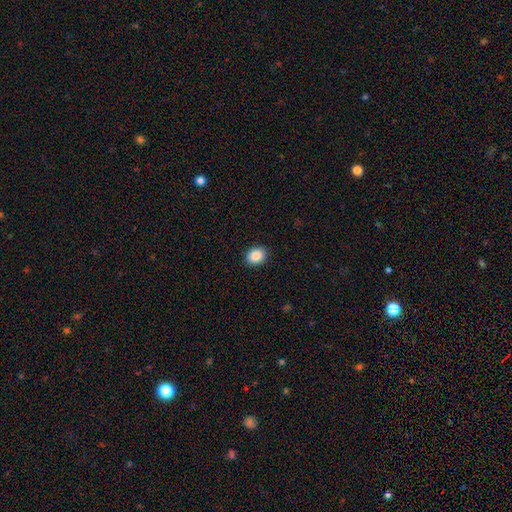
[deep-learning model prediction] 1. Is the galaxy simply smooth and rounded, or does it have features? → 88% smooth, 8% star or artifact, 4% featured or disk.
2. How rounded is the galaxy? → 51% in between, 48% round, 1% cigar-shaped.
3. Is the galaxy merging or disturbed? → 90% none, 7% minor disturbance, 2% major disturbance, 1% merger.